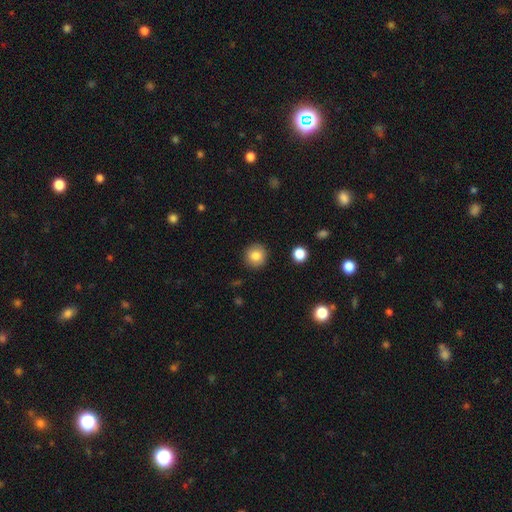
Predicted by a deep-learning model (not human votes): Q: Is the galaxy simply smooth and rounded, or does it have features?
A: smooth — 83%.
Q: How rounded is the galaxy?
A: round — 91%.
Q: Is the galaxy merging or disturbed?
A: none — 90%.